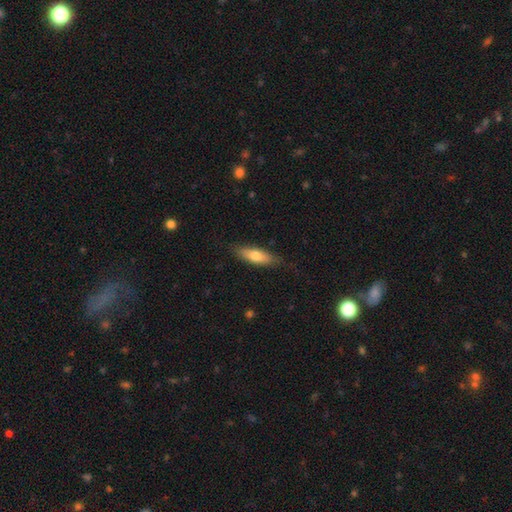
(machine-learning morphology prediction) smooth_or_featured: smooth (p=0.71) [alt: featured or disk p=0.23]
how_rounded: in between (p=0.51) [alt: cigar-shaped p=0.47]
merging: none (p=0.81) [alt: minor disturbance p=0.15]